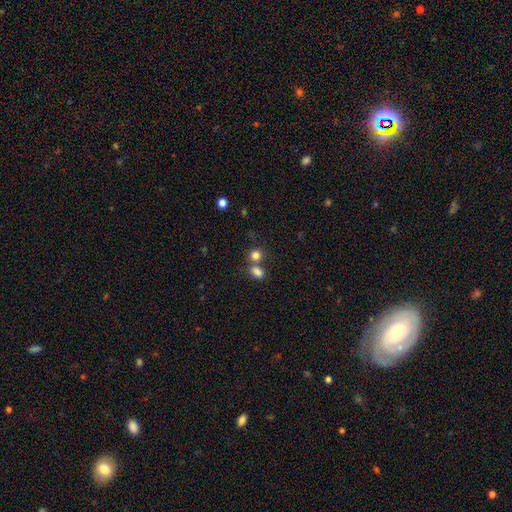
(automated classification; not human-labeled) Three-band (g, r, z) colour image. It shows a smooth galaxy with no disk features (81%) that is round (70%). Merging: none (52%).